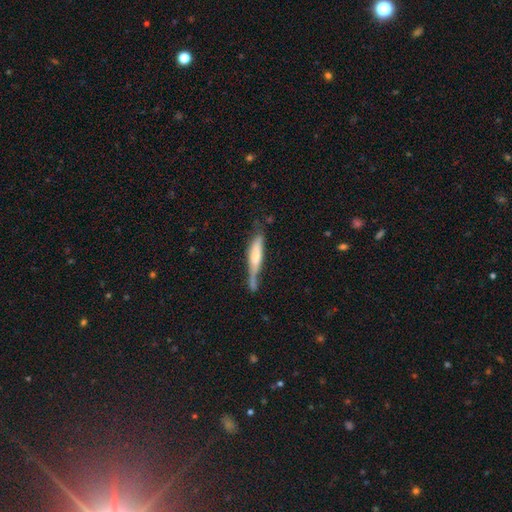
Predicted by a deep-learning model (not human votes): Q: Smooth or featured?
A: smooth (53%); runner-up: featured or disk (41%)
Q: How rounded?
A: cigar-shaped (85%); runner-up: in between (14%)
Q: Merging?
A: none (45%); runner-up: minor disturbance (30%)